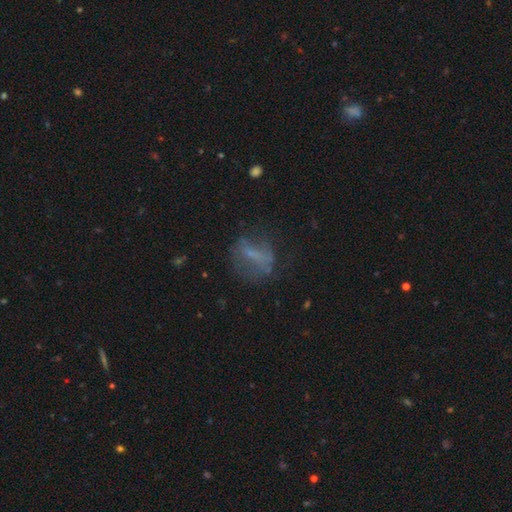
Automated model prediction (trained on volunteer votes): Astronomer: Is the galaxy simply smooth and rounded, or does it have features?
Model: smooth — 42% (runner-up: featured or disk, 40%).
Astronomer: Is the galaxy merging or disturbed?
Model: none — 53%.